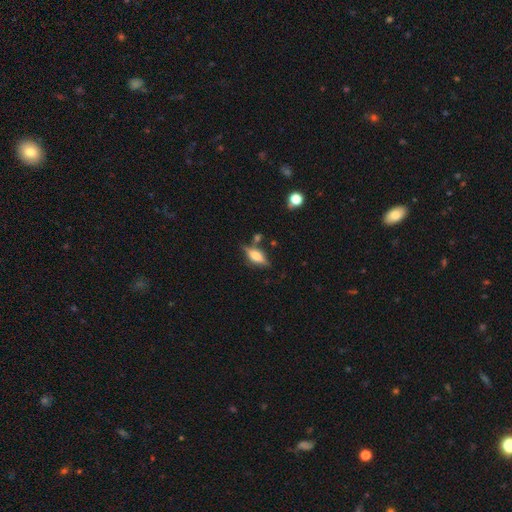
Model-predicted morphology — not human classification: The model was most divided on "smooth or featured": featured or disk: 55%, smooth: 36%, star or artifact: 8%. More confident: edge-on disk — yes (93%); edge-on bulge — rounded (82%); merging — none (75%).